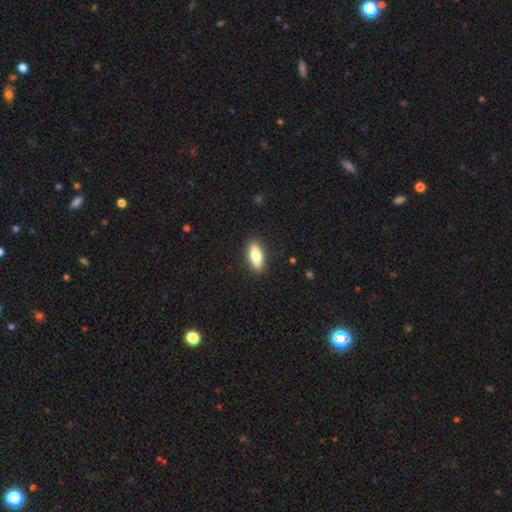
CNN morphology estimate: Smooth or featured? Predicted: smooth (p=0.72). How rounded? Predicted: in between (p=0.70). Merging? Predicted: none (p=0.89).